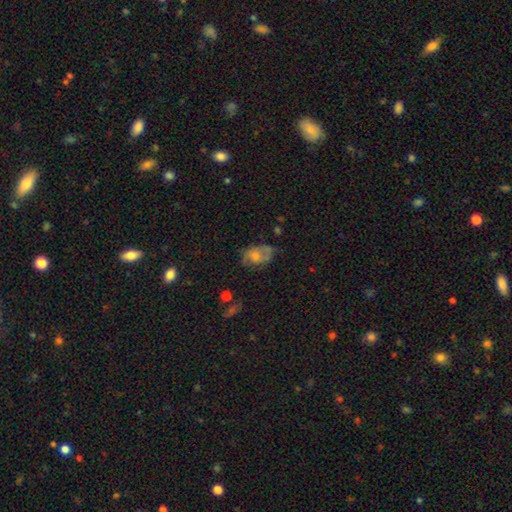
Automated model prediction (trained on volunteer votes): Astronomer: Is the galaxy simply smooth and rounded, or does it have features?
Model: featured or disk — 44% (runner-up: smooth, 43%).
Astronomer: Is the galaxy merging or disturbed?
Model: none — 51% (runner-up: minor disturbance, 29%).